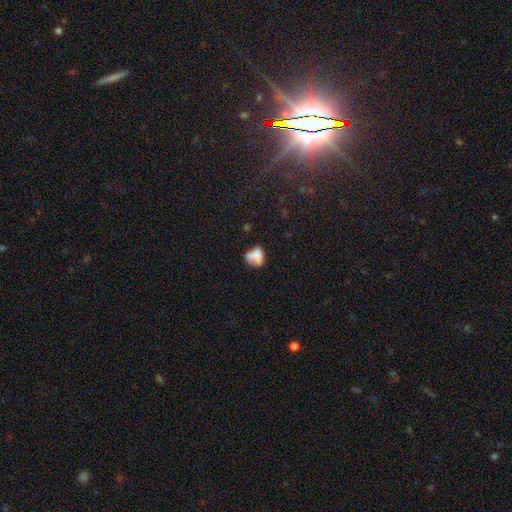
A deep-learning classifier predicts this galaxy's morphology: Smooth or featured? smooth (67%)
How rounded? in between (55%)
Merging? none (34%)